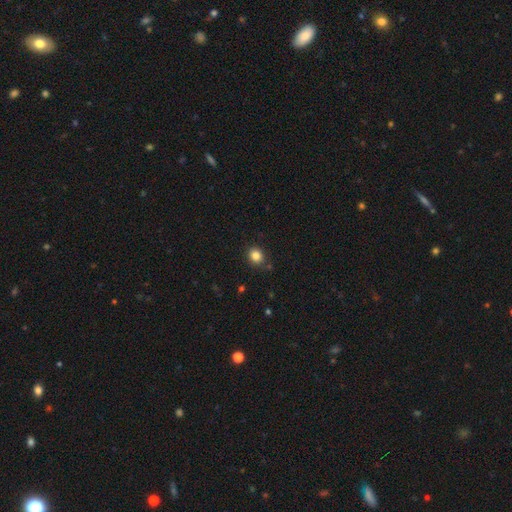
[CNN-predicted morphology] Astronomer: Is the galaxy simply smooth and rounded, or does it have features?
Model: smooth — 84%.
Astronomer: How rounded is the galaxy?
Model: round — 71%.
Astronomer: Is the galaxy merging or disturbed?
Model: none — 85%.